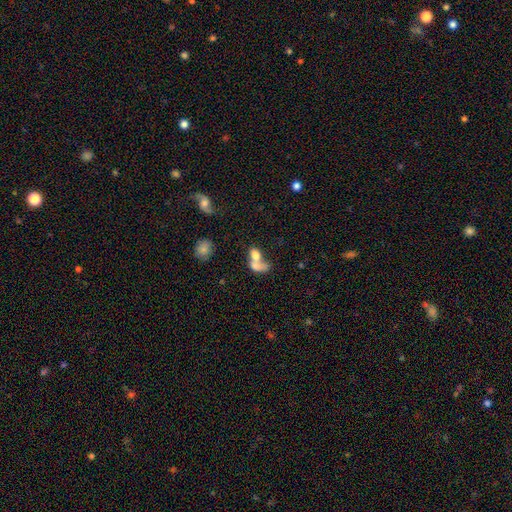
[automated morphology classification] smooth 68%, featured or disk 21%, star or artifact 10%. Down the decision tree: how rounded — in between (73%); merging — merger (70%).